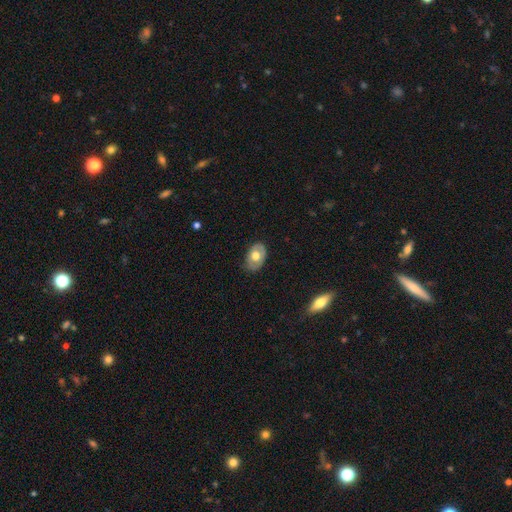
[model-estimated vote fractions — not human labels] Smooth or featured? Predicted: smooth (p=0.55). How rounded? Predicted: in between (p=0.85). Merging? Predicted: none (p=0.75).